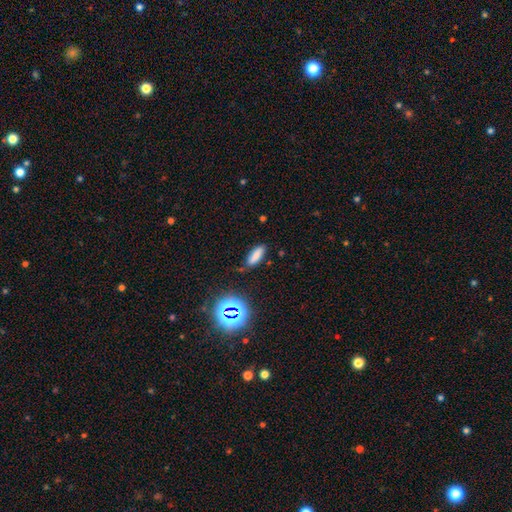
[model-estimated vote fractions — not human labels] A smooth galaxy with no disk features (76%) that is in between round and cigar-shaped (56%). Merging: none (77%).